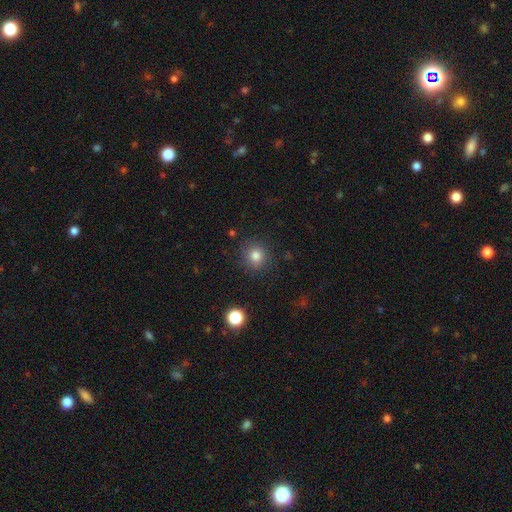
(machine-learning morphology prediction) type=smooth (81%); roundness=round (90%); merging=none (88%).